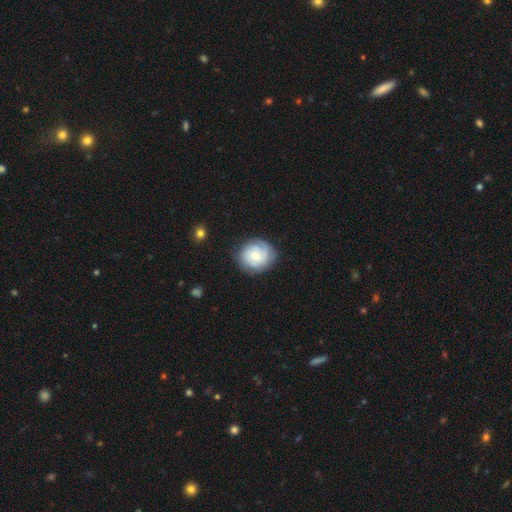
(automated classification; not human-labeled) The model was most divided on "smooth or featured": featured or disk: 49%, smooth: 44%, star or artifact: 7%. More confident: merging — none (78%).